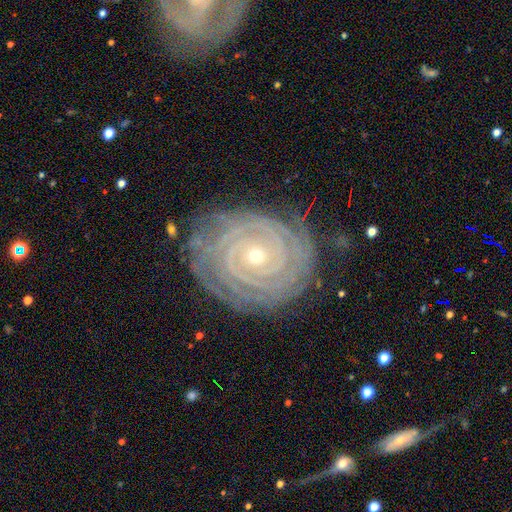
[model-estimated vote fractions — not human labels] This appears to be a featured or disk galaxy (90%) with no bar (72%), 2 (27%) tight (92%) spiral arms (98%) and a small central bulge (68%). Merging: none (82%).